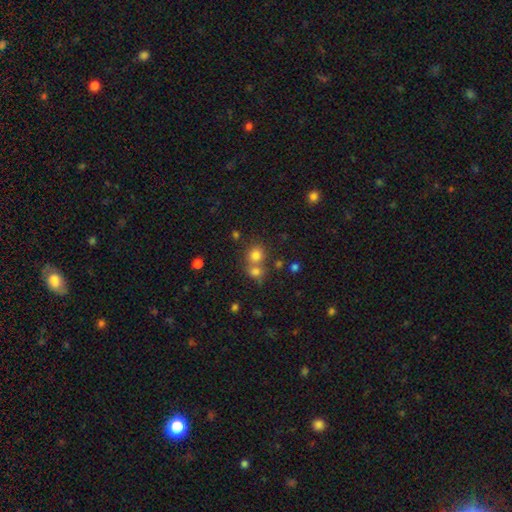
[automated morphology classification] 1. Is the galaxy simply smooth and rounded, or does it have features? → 77% smooth, 15% star or artifact, 8% featured or disk.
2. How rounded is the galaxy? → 83% round, 16% in between, 1% cigar-shaped.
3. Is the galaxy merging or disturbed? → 51% none, 39% merger, 7% minor disturbance, 3% major disturbance.